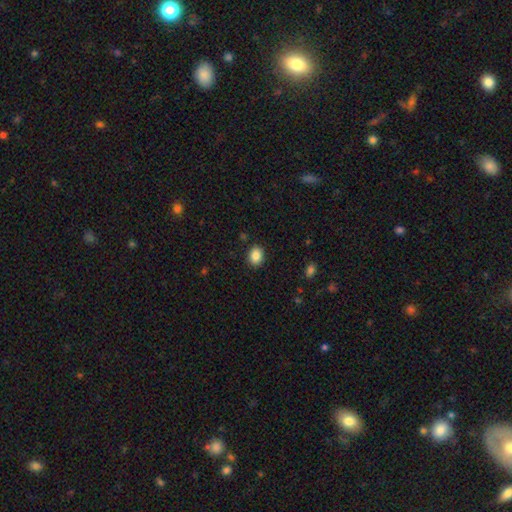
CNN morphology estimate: Smooth or featured: smooth — 87% (star or artifact — 9%)
How rounded: in between — 62% (round — 37%)
Merging: none — 88% (minor disturbance — 8%)